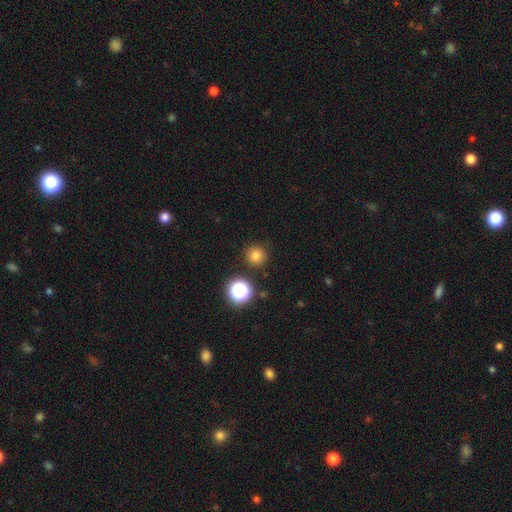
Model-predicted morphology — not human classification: Smooth or featured?
  - smooth: 77% *
  - star or artifact: 17%
  - featured or disk: 6%
How rounded?
  - round: 95% *
  - in between: 4%
  - cigar-shaped: 1%
Merging?
  - none: 89% *
  - minor disturbance: 6%
  - major disturbance: 2%
  - merger: 2%